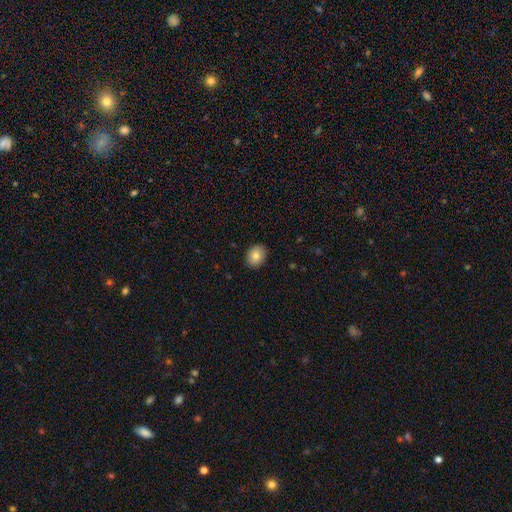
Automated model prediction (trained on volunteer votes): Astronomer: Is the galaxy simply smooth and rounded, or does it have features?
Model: smooth — 80%.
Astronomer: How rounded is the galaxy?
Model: round — 51% (runner-up: in between, 48%).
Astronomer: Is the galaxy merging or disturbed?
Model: none — 90%.